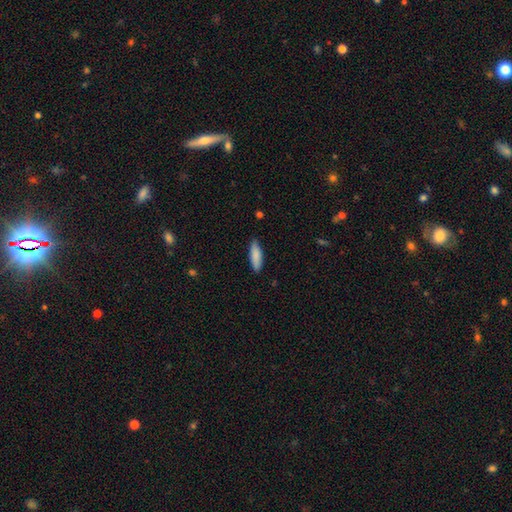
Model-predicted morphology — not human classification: A smooth galaxy with no disk features (86%) that is in between round and cigar-shaped (51%).

Vote fractions:
- Smooth or featured? smooth: 86% / featured or disk: 8% / star or artifact: 6%
- How rounded? in between: 51% / cigar-shaped: 48% / round: 2%
- Merging? none: 85% / minor disturbance: 12% / major disturbance: 2% / merger: 1%